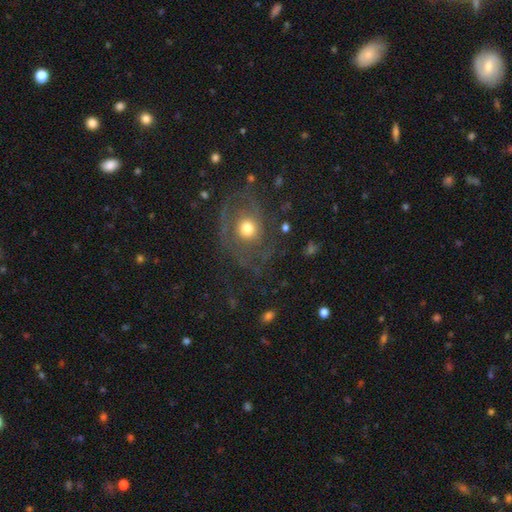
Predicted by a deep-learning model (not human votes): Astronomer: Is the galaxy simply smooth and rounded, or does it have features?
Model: featured or disk — 37% (runner-up: smooth, 35%).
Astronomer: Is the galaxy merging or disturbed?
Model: none — 75%.